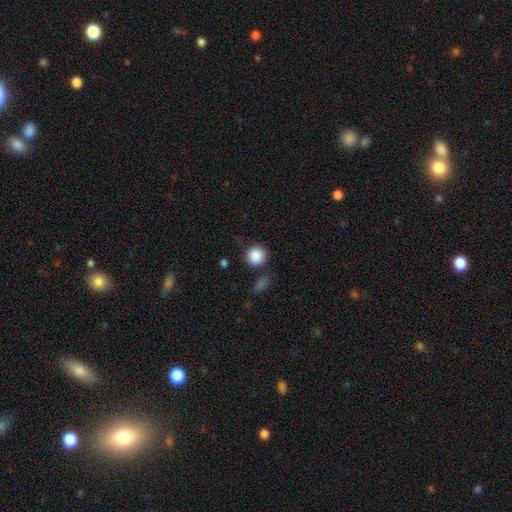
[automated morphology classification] Smooth or featured? Predicted: smooth (p=0.88). How rounded? Predicted: round (p=0.93). Merging? Predicted: none (p=0.83).